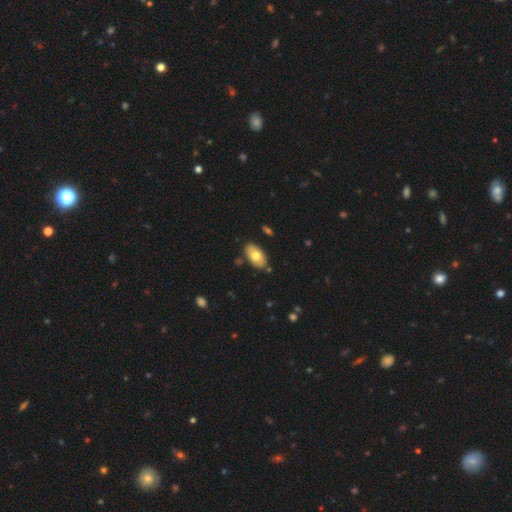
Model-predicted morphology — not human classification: smooth 72%, featured or disk 22%, star or artifact 6%. Down the decision tree: how rounded — in between (94%); merging — none (84%).